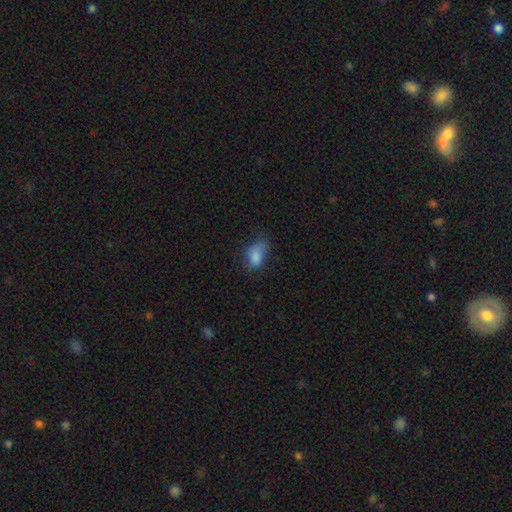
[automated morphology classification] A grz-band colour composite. It shows a smooth galaxy with no disk features (79%) that is in between round and cigar-shaped (84%). Merging: minor disturbance (36%).